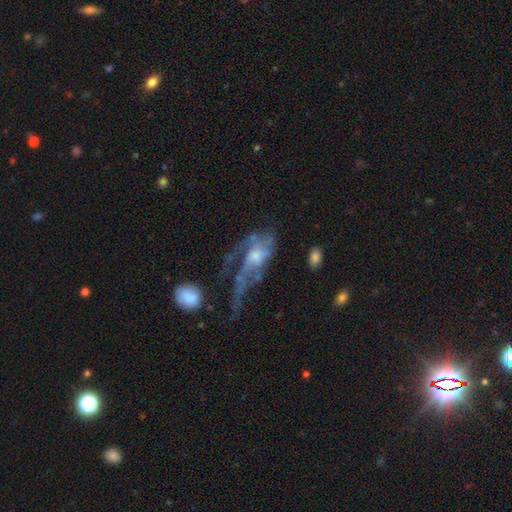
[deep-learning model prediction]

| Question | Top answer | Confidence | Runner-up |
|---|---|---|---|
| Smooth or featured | featured or disk | 67% | smooth (24%) |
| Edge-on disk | no | 91% | yes (9%) |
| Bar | no | 70% | weak (24%) |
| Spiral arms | yes | 61% | no (39%) |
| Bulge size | moderate | 45% | small (34%) |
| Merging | major disturbance | 59% | none (18%) |